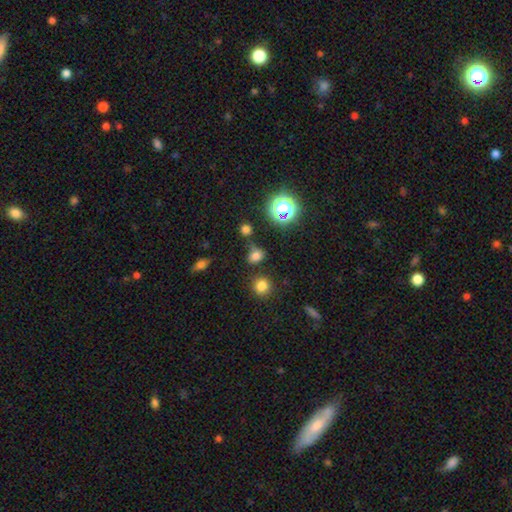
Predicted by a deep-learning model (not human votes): This is likely a smooth galaxy (68%). How rounded: possibly round (51%). Merging: likely none (65%).